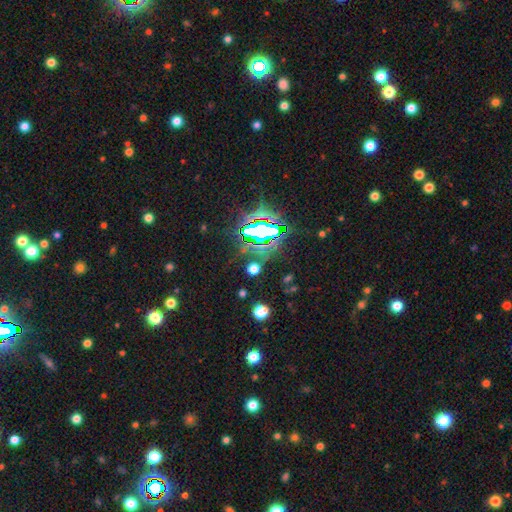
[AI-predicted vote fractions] Smooth or featured?
  - star or artifact: 81% *
  - smooth: 12%
  - featured or disk: 7%